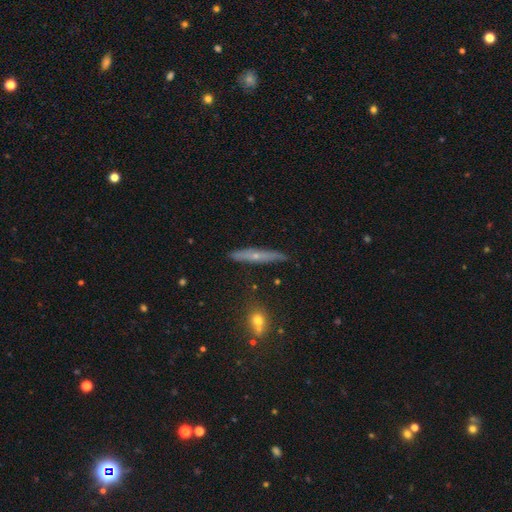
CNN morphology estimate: The model was most divided on "smooth or featured": featured or disk: 56%, smooth: 36%, star or artifact: 9%. More confident: edge-on disk — yes (88%); merging — none (85%).